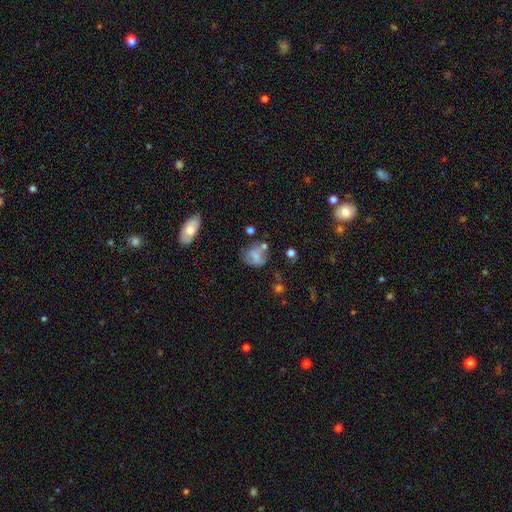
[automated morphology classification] Smooth or featured? Predicted: smooth (p=0.62). How rounded? Predicted: round (p=0.61). Merging? Predicted: none (p=0.48).